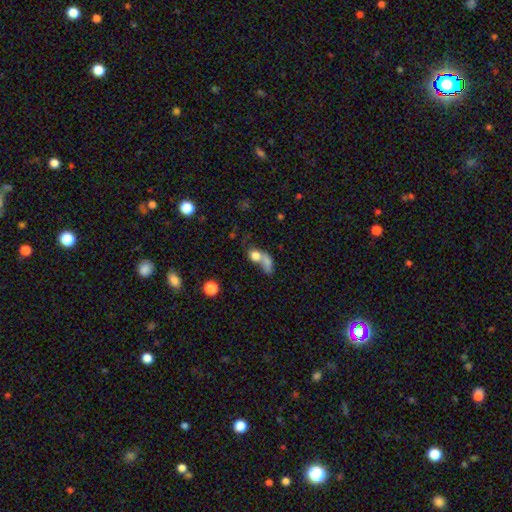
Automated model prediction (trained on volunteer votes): This is likely a smooth galaxy (72%). How rounded: possibly in between (53%). Merging: likely merger (68%).